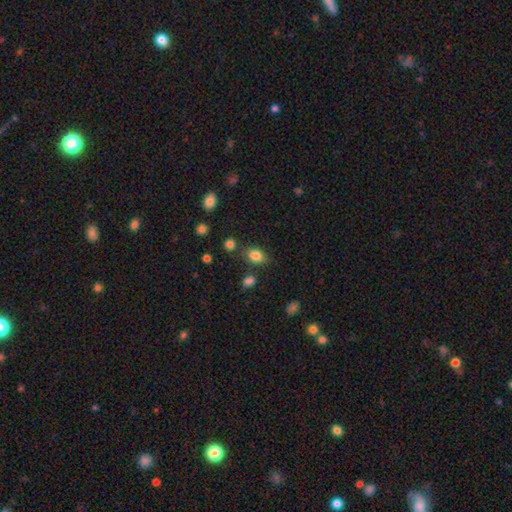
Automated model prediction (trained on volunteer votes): smooth-or-featured: smooth: 82% | star or artifact: 11% | featured or disk: 7%
  how-rounded: in between: 69% | round: 30% | cigar-shaped: 1%
  merging: none: 74% | minor disturbance: 15% | merger: 7% | major disturbance: 4%